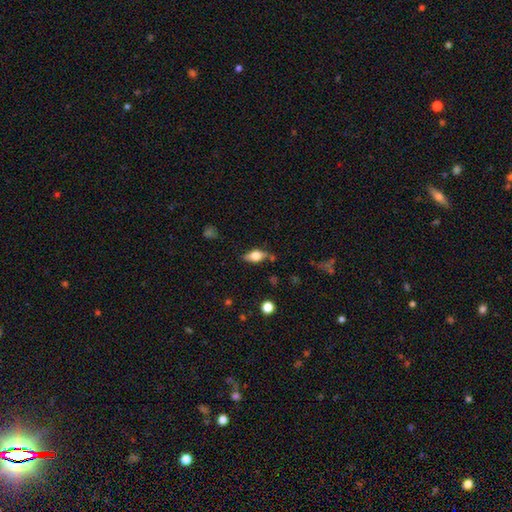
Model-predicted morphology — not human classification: This is possibly a smooth galaxy (56%). How rounded: likely in between (79%). Merging: likely none (76%).